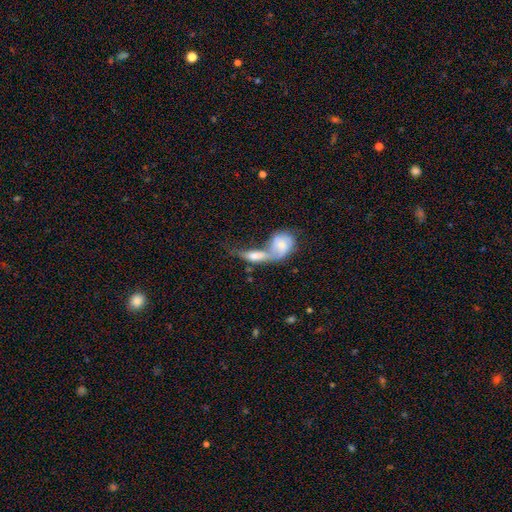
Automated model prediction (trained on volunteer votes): smooth 57%, featured or disk 36%, star or artifact 7%. Down the decision tree: how rounded — in between (72%); merging — merger (75%).